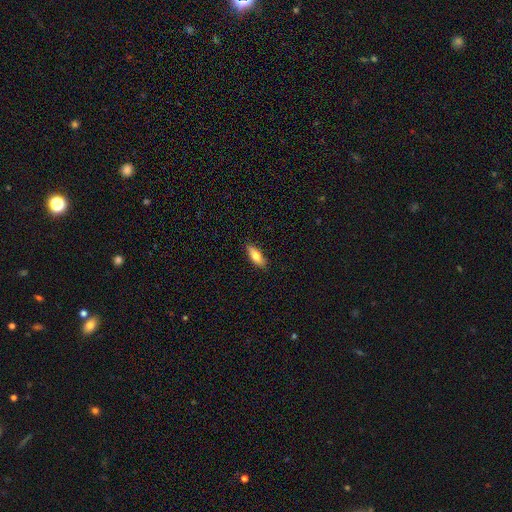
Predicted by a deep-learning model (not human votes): smooth-or-featured: smooth: 74% | featured or disk: 20% | star or artifact: 6%
  how-rounded: in between: 67% | cigar-shaped: 30% | round: 2%
  merging: none: 87% | minor disturbance: 10% | major disturbance: 2% | merger: 1%